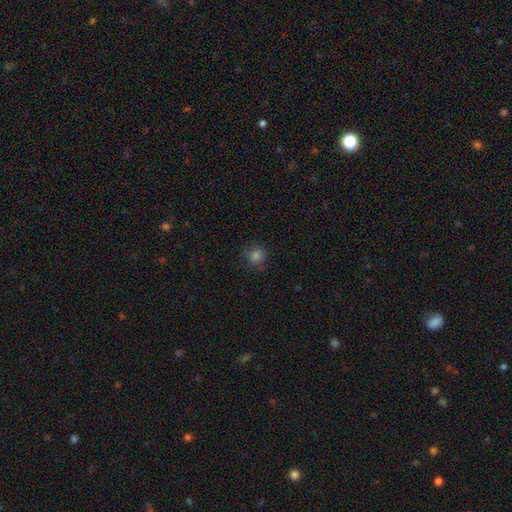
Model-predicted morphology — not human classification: The model was most divided on "merging": none: 79%, minor disturbance: 15%, major disturbance: 5%, merger: 1%. More confident: how rounded — round (83%); smooth or featured — smooth (79%).